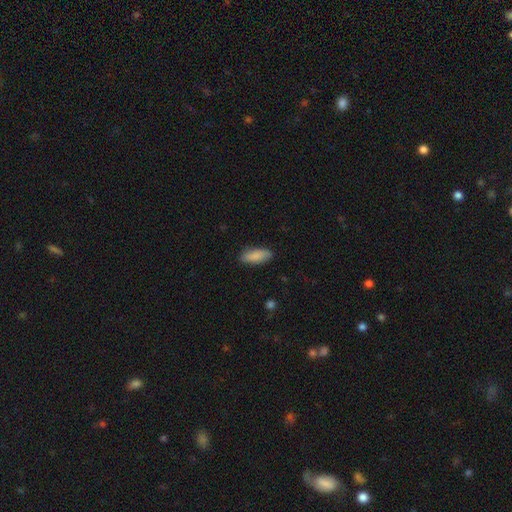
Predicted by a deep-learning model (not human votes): This is clearly a smooth galaxy (87%). How rounded: likely in between (73%). Merging: clearly none (86%).